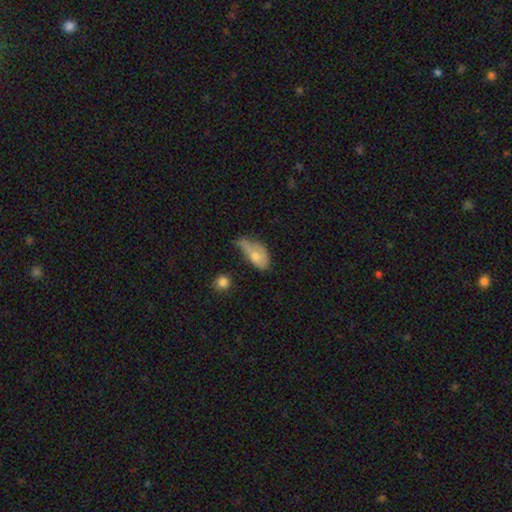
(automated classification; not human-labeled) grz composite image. It shows a smooth galaxy with no disk features (63%) that is in between round and cigar-shaped (85%). Merging: minor disturbance (38%).